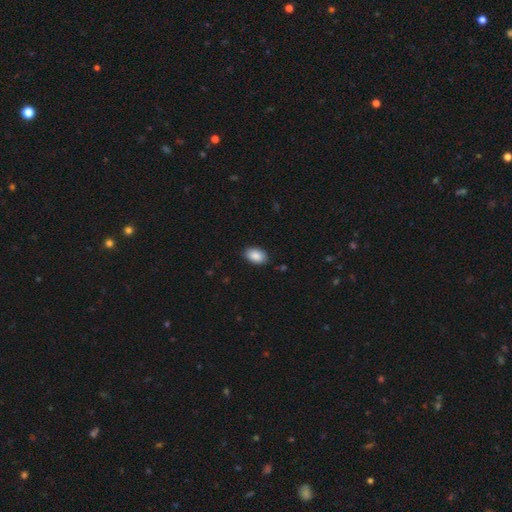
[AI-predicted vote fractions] The model was most divided on "merging": none: 87%, minor disturbance: 10%, major disturbance: 2%, merger: 1%. More confident: how rounded — in between (91%); smooth or featured — smooth (89%).